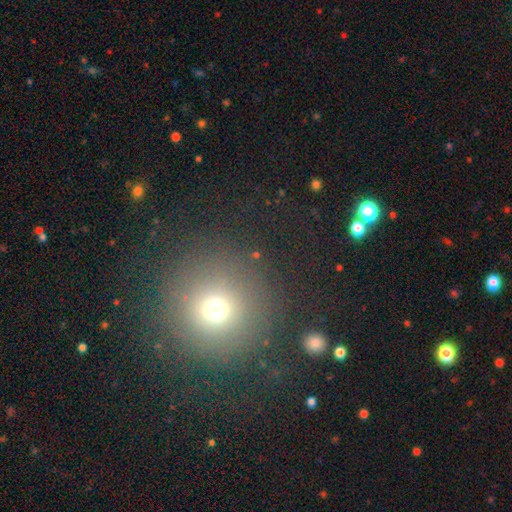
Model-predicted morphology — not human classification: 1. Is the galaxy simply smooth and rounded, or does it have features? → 63% smooth, 27% star or artifact, 10% featured or disk.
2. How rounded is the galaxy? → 92% round, 7% in between, 1% cigar-shaped.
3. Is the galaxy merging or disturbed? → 85% none, 7% minor disturbance, 5% major disturbance, 4% merger.